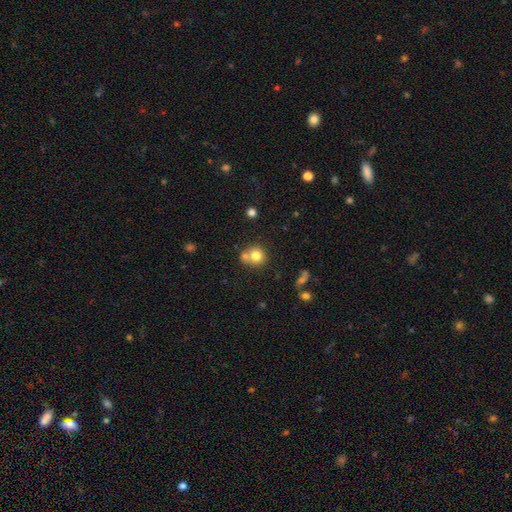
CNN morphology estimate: smooth_or_featured: smooth (p=0.76) [alt: featured or disk p=0.12]
how_rounded: round (p=0.86) [alt: in between p=0.13]
merging: none (p=0.50) [alt: merger p=0.38]